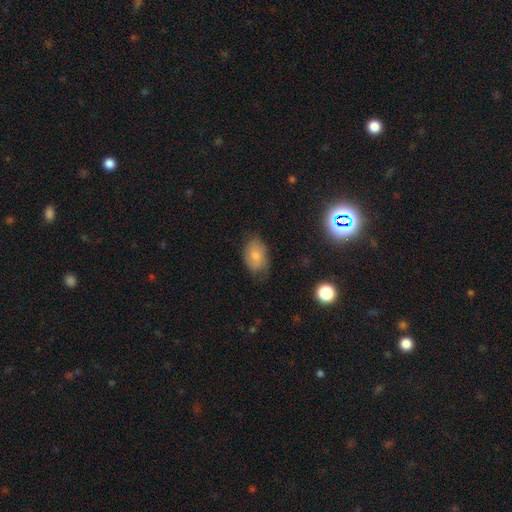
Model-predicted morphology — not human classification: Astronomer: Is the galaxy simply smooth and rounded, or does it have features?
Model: smooth — 76%.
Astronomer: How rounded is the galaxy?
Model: in between — 88%.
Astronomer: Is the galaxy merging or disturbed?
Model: none — 67%.